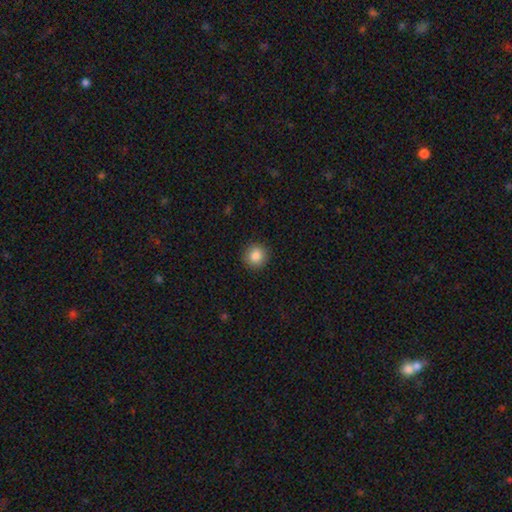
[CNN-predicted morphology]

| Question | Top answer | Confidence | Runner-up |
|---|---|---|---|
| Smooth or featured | smooth | 85% | star or artifact (9%) |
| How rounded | round | 93% | in between (6%) |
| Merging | none | 91% | minor disturbance (6%) |